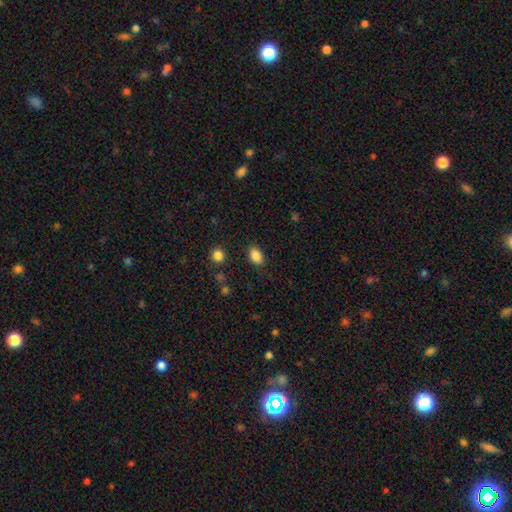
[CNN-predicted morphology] Smooth or featured?
  - smooth: 87% *
  - star or artifact: 9%
  - featured or disk: 4%
How rounded?
  - in between: 84% *
  - round: 14%
  - cigar-shaped: 2%
Merging?
  - none: 85% *
  - minor disturbance: 10%
  - major disturbance: 3%
  - merger: 2%